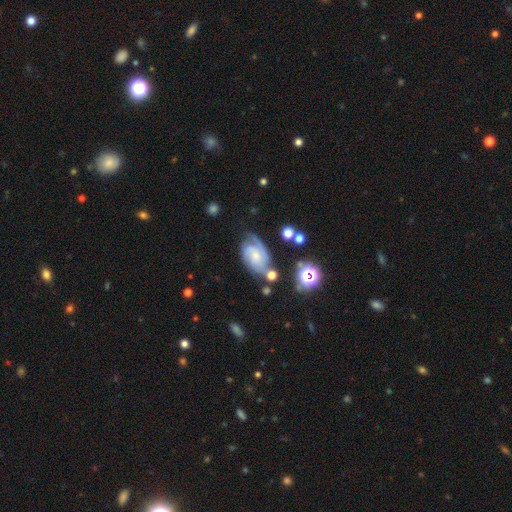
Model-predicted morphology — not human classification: This is likely a featured or disk galaxy (76%). It is clearly not viewed edge-on (97%). Bar: likely no (65%). Spiral arm pattern: clearly yes (95%). Spiral arm count: marginally 2 (37%). Spiral winding: possibly tight (48%). Central bulge: possibly small (52%). Merging: possibly none (56%).